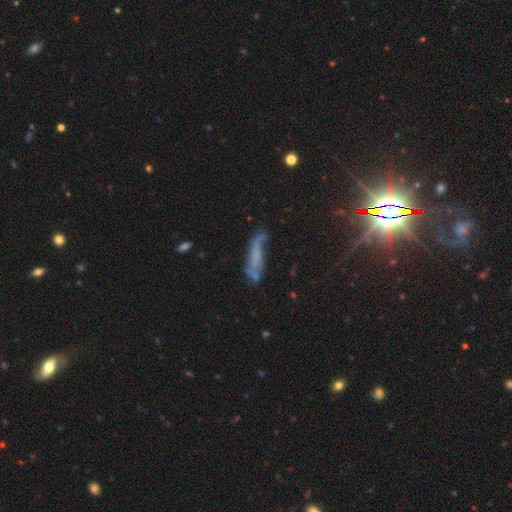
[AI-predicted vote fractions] This appears to be a featured or disk galaxy (44%). Merging: none (45%).